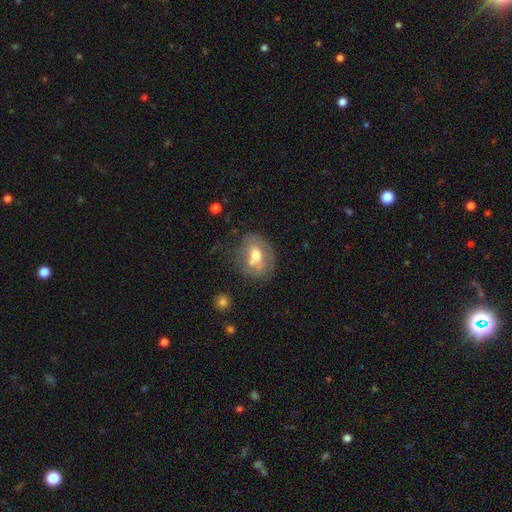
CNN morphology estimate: Q: Smooth or featured?
A: smooth (51%); runner-up: featured or disk (40%)
Q: How rounded?
A: in between (51%); runner-up: round (48%)
Q: Merging?
A: none (44%); runner-up: minor disturbance (22%)